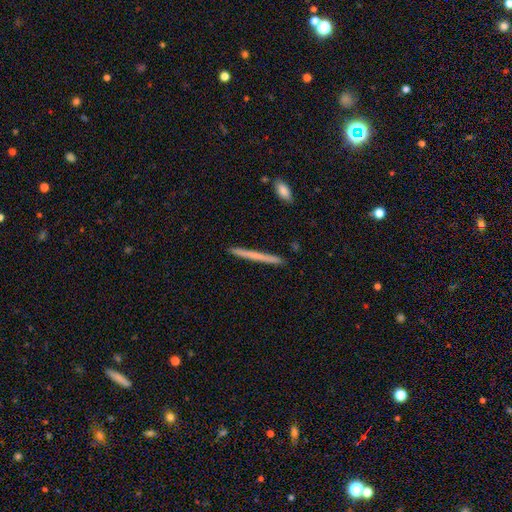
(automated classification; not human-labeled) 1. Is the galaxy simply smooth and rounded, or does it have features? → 55% smooth, 39% featured or disk, 6% star or artifact.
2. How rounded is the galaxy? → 97% cigar-shaped, 2% in between, 1% round.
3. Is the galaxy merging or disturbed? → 92% none, 6% minor disturbance, 1% merger, 1% major disturbance.